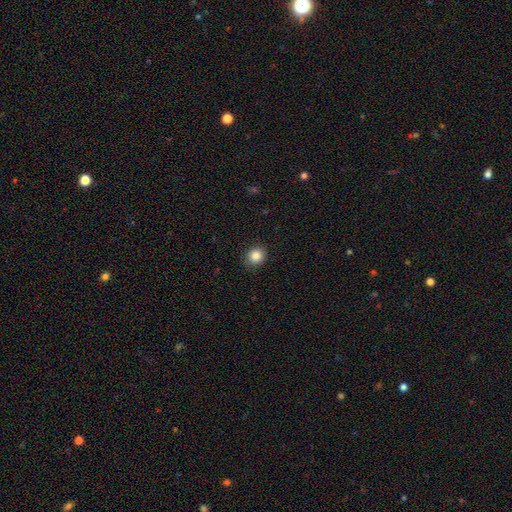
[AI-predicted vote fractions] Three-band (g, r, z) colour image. It shows a smooth galaxy with no disk features (86%) that is round (82%). Merging: none (89%).